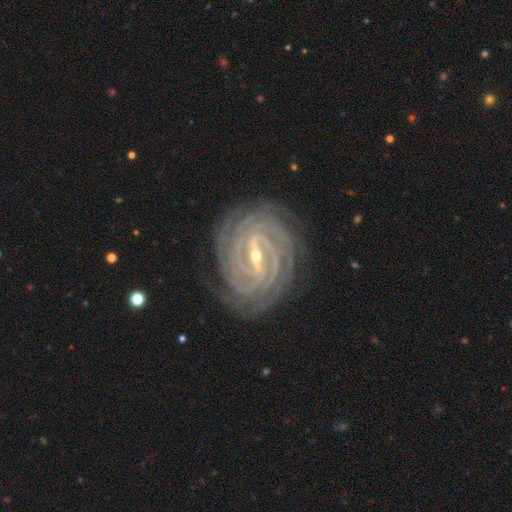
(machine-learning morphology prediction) Q: Smooth or featured?
A: featured or disk (92%); runner-up: star or artifact (5%)
Q: Edge-on disk?
A: no (97%); runner-up: yes (3%)
Q: Bar?
A: strong (66%); runner-up: weak (27%)
Q: Spiral arms?
A: yes (99%); runner-up: no (1%)
Q: Spiral winding?
A: tight (89%); runner-up: medium (9%)
Q: Spiral arm count?
A: 4 (31%); runner-up: more than 4 (17%)
Q: Bulge size?
A: small (64%); runner-up: moderate (33%)
Q: Merging?
A: none (86%); runner-up: minor disturbance (10%)